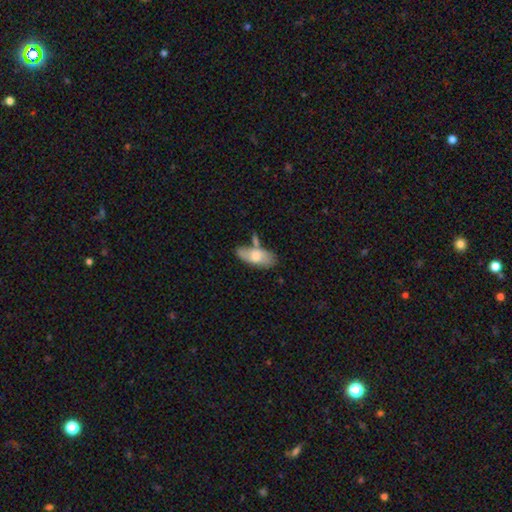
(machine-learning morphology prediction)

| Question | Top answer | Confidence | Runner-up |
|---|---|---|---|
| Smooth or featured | smooth | 63% | featured or disk (31%) |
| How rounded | in between | 88% | cigar-shaped (9%) |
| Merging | none | 49% | minor disturbance (22%) |